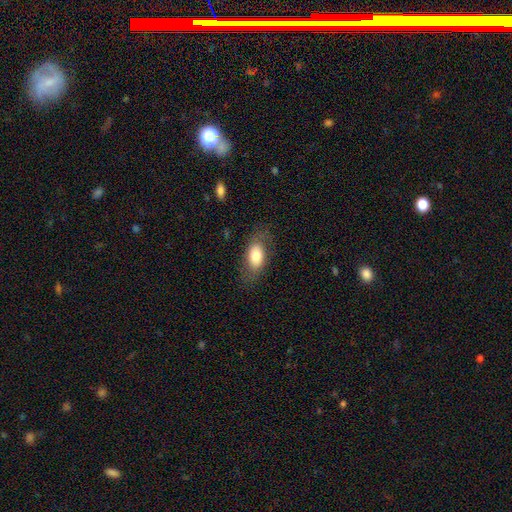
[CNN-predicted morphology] Smooth or featured? smooth (75%)
How rounded? in between (88%)
Merging? none (74%)